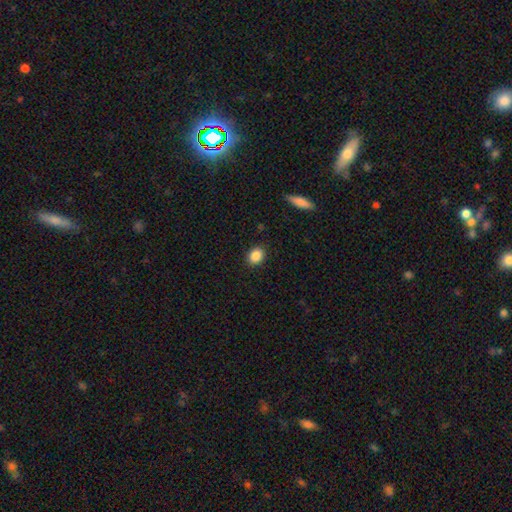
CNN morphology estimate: Overall: smooth (87%). How rounded: round (51%; in between 48%). Merging: none (90%).